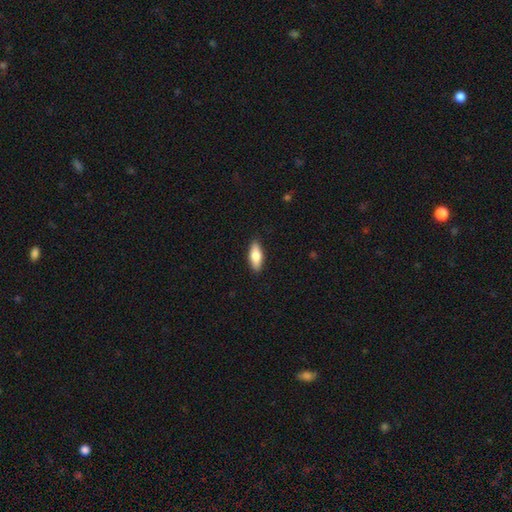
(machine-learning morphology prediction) Smooth or featured? Predicted: smooth (p=0.75). How rounded? Predicted: in between (p=0.70). Merging? Predicted: none (p=0.89).